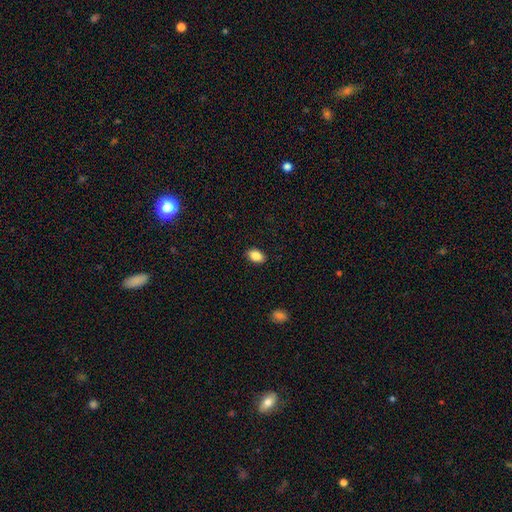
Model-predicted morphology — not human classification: Smooth or featured? Predicted: smooth (p=0.87). How rounded? Predicted: in between (p=0.85). Merging? Predicted: none (p=0.89).